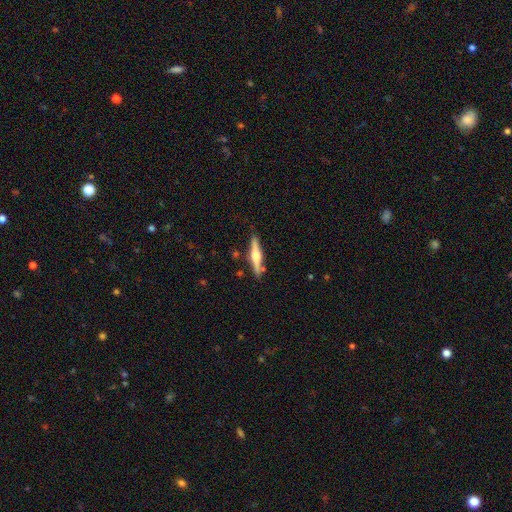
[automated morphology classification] A featured or disk galaxy (68%) viewed edge-on (97%) with a rounded central bulge (91%). Merging: none (84%).